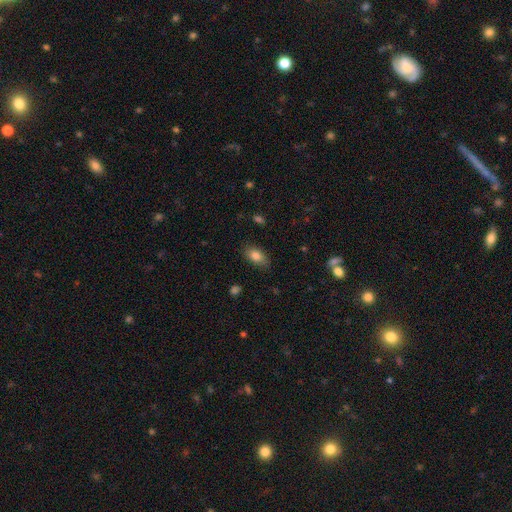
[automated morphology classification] Q: Smooth or featured?
A: smooth (80%); runner-up: featured or disk (11%)
Q: How rounded?
A: in between (89%); runner-up: round (7%)
Q: Merging?
A: none (84%); runner-up: minor disturbance (12%)